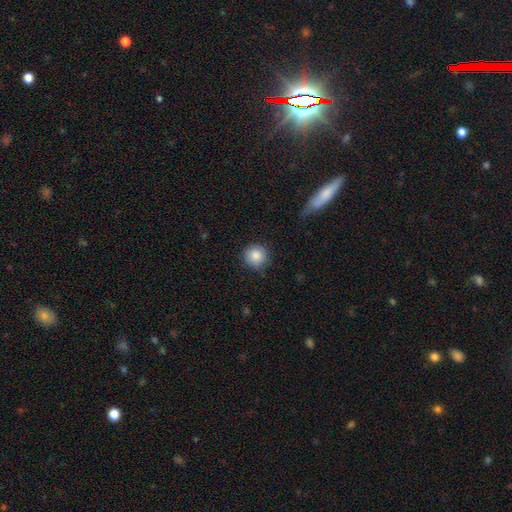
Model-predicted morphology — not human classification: The model was most divided on "merging": none: 82%, minor disturbance: 14%, major disturbance: 3%, merger: 1%. More confident: how rounded — round (94%); smooth or featured — smooth (86%).